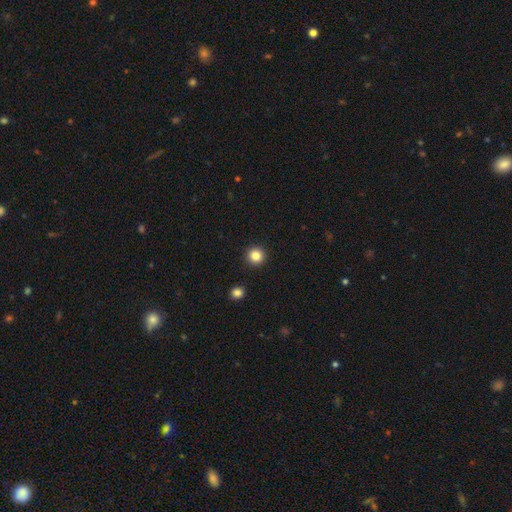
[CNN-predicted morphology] A smooth galaxy with no disk features (85%) that is round (95%).

Vote fractions:
- Smooth or featured? smooth: 85% / star or artifact: 11% / featured or disk: 4%
- How rounded? round: 95% / in between: 4% / cigar-shaped: 1%
- Merging? none: 93% / minor disturbance: 4% / major disturbance: 2% / merger: 1%